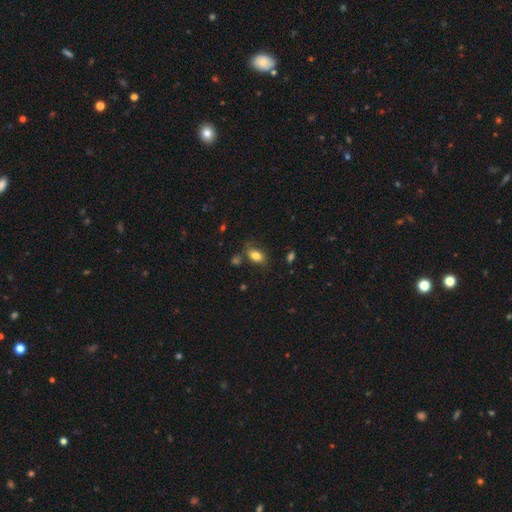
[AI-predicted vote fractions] Q: Smooth or featured?
A: smooth (81%); runner-up: featured or disk (10%)
Q: How rounded?
A: in between (87%); runner-up: round (10%)
Q: Merging?
A: none (69%); runner-up: minor disturbance (20%)